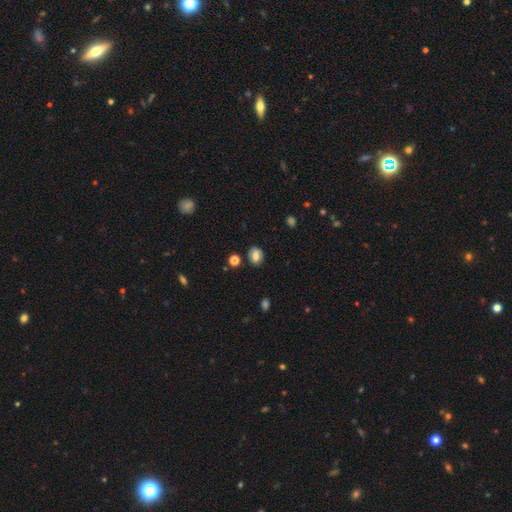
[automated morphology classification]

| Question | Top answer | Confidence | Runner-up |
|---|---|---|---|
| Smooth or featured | smooth | 69% | featured or disk (20%) |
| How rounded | round | 50% | in between (49%) |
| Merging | none | 81% | minor disturbance (13%) |